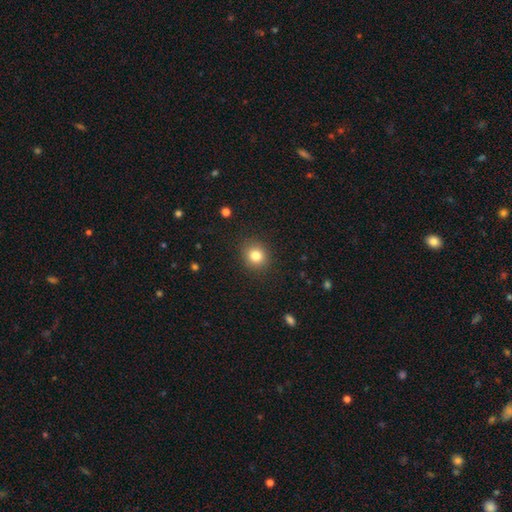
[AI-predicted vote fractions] This appears to be a smooth galaxy with no disk features (82%) that is round (83%). Merging: none (89%).